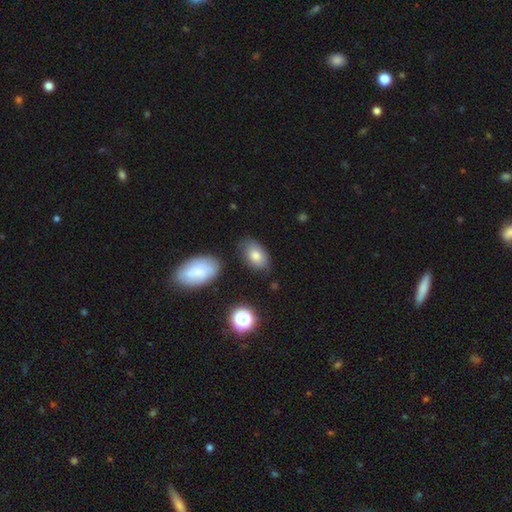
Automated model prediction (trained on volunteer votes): The model was most divided on "merging": none: 75%, minor disturbance: 17%, major disturbance: 4%, merger: 3%. More confident: how rounded — in between (89%); smooth or featured — smooth (78%).